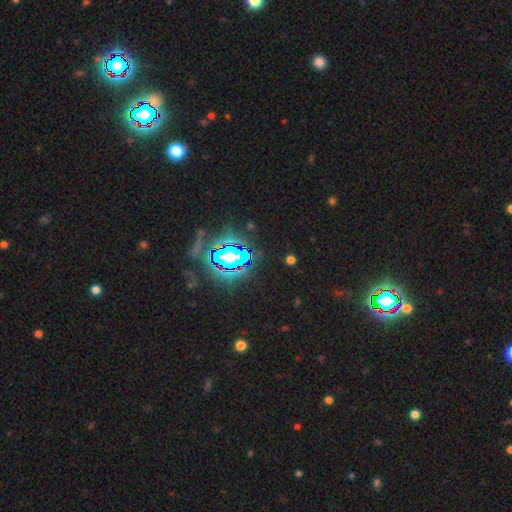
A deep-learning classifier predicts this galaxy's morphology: A star or artifact, not a galaxy (76%).